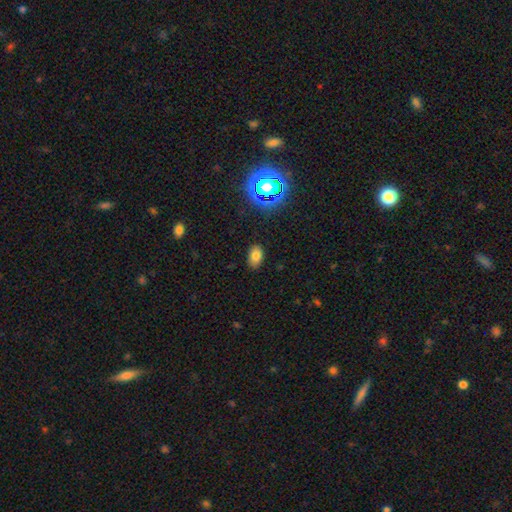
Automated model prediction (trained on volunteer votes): This is likely a smooth galaxy (77%). How rounded: clearly in between (88%). Merging: clearly none (86%).